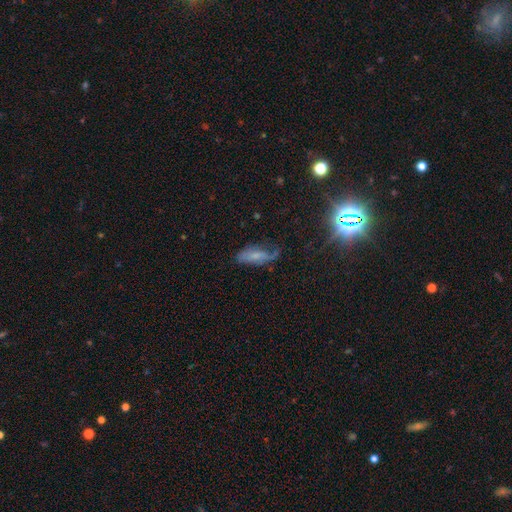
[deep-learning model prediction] Q: Smooth or featured?
A: smooth (56%); runner-up: featured or disk (29%)
Q: How rounded?
A: in between (75%); runner-up: cigar-shaped (22%)
Q: Merging?
A: none (47%); runner-up: minor disturbance (32%)